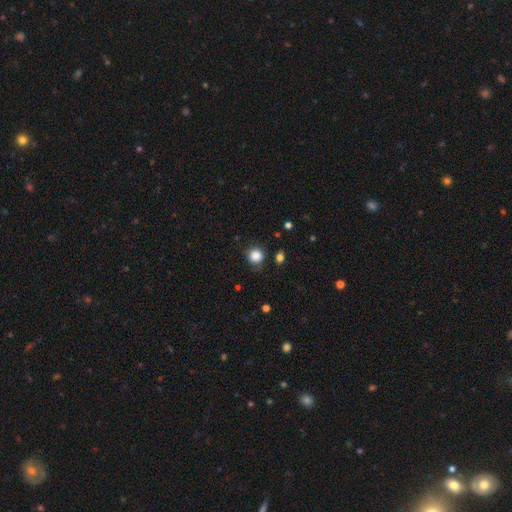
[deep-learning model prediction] The model was most divided on "merging": none: 82%, minor disturbance: 12%, major disturbance: 4%, merger: 2%. More confident: how rounded — round (90%); smooth or featured — smooth (86%).